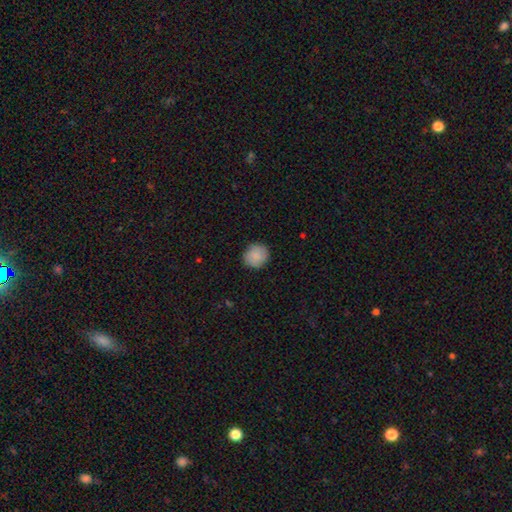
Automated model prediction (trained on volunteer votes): Q: Smooth or featured?
A: smooth (87%); runner-up: star or artifact (7%)
Q: How rounded?
A: round (88%); runner-up: in between (11%)
Q: Merging?
A: none (88%); runner-up: minor disturbance (9%)